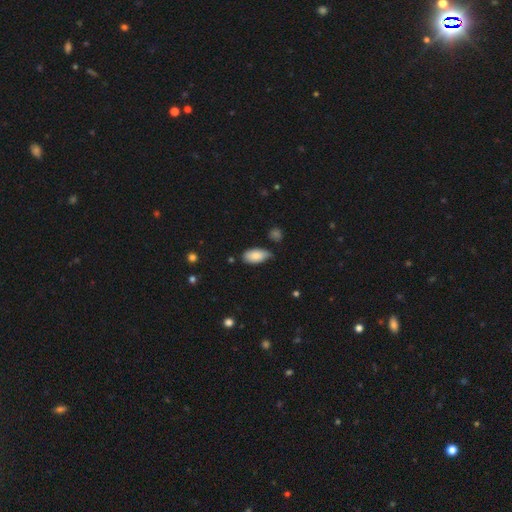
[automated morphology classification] This is clearly a smooth galaxy (83%). How rounded: clearly in between (94%). Merging: possibly none (56%).